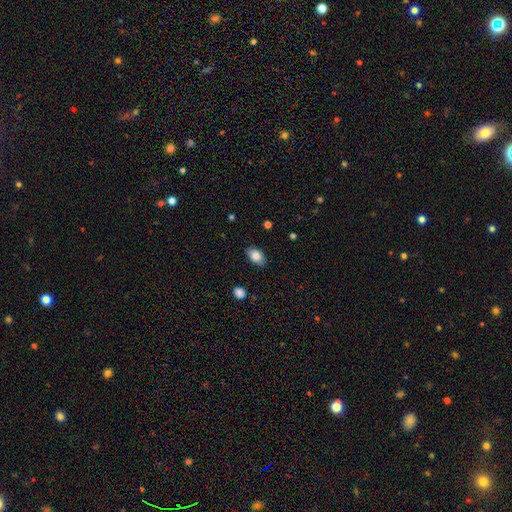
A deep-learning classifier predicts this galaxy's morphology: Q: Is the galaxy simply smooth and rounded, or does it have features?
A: smooth — 83%.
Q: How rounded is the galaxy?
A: in between — 90%.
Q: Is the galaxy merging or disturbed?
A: none — 86%.